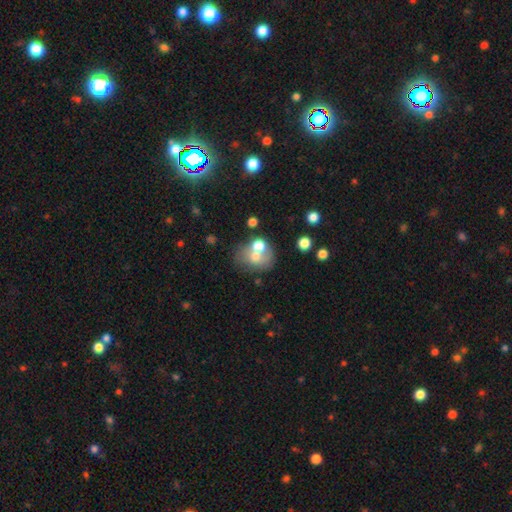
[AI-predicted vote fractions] Overall: smooth (60%; featured or disk 27%). How rounded: round (55%; in between 44%). Merging: merger (44%; none 35%).